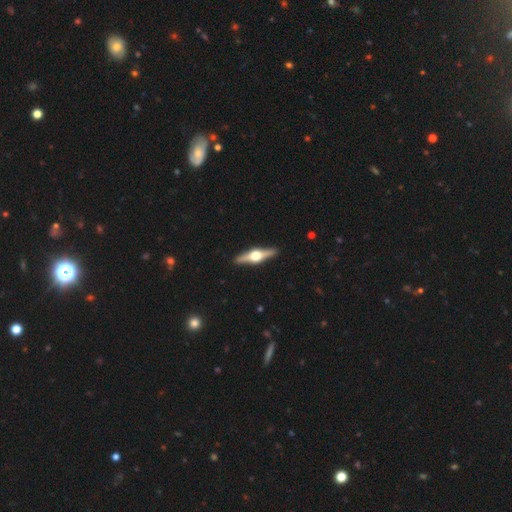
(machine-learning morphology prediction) This is clearly a featured or disk galaxy (80%). It is clearly viewed edge-on (98%). Edge-on bulge: clearly rounded (96%). Merging: clearly none (92%).